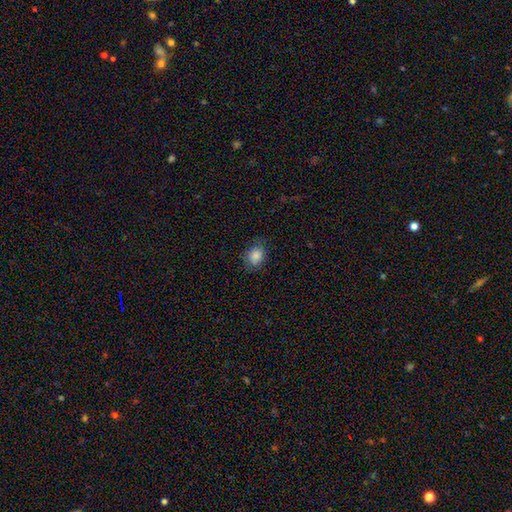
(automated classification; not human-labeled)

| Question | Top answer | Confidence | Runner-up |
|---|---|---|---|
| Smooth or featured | smooth | 85% | star or artifact (9%) |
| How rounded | in between | 60% | round (39%) |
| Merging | none | 74% | minor disturbance (19%) |